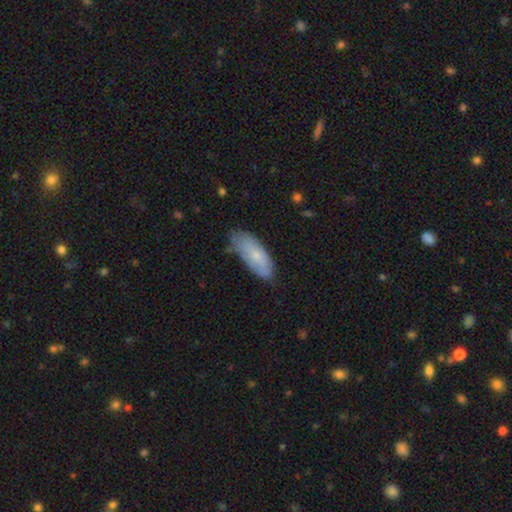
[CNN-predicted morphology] Q: Smooth or featured?
A: smooth (66%); runner-up: featured or disk (28%)
Q: How rounded?
A: in between (79%); runner-up: cigar-shaped (19%)
Q: Merging?
A: none (68%); runner-up: minor disturbance (25%)